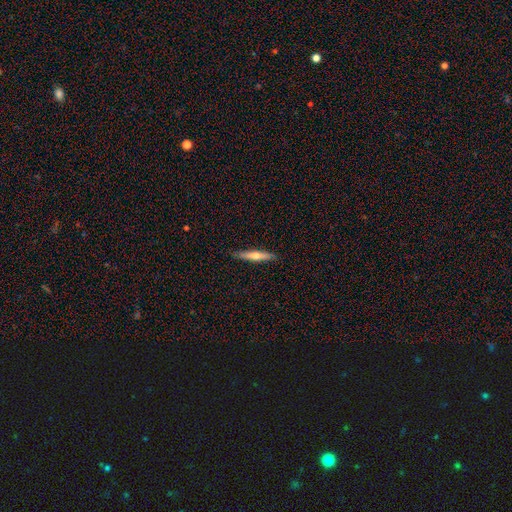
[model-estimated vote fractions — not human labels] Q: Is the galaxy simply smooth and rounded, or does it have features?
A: smooth — 50%.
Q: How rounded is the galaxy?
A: cigar-shaped — 91%.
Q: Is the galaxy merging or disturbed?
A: none — 87%.